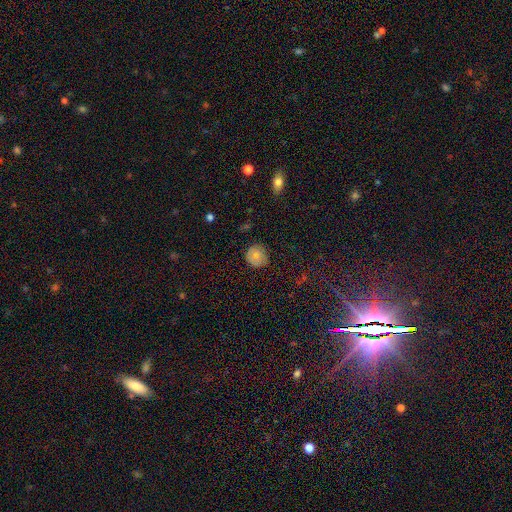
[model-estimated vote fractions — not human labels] This appears to be a smooth galaxy with no disk features (74%) that is round (89%). Merging: none (80%).